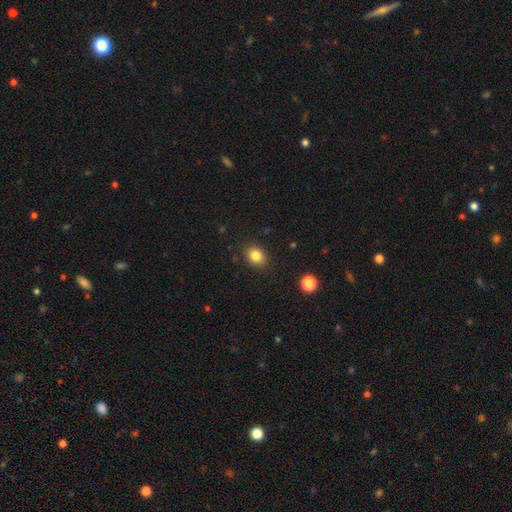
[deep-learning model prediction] smooth 84%, star or artifact 11%, featured or disk 6%. Down the decision tree: how rounded — in between (50%); merging — none (88%).